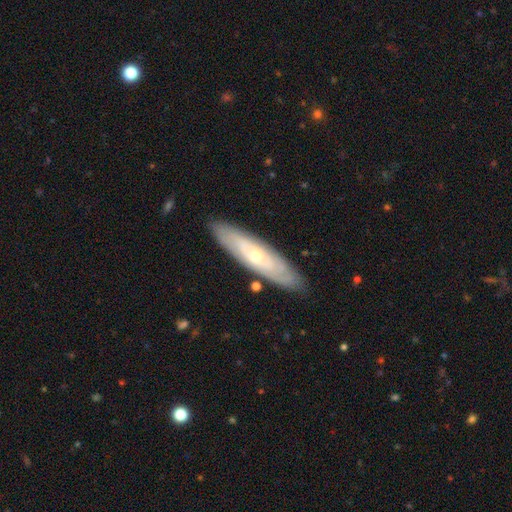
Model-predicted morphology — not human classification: smooth-or-featured: featured or disk: 64% | smooth: 30% | star or artifact: 6%
  disk-edge-on: no: 61% | yes: 39%
  merging: none: 85% | minor disturbance: 11% | major disturbance: 2% | merger: 2%